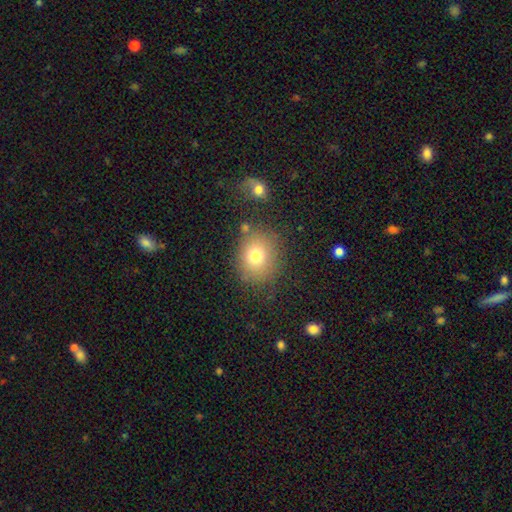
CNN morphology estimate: The model was most divided on "how rounded": round: 68%, in between: 32%, cigar-shaped: 1%. More confident: merging — none (75%); smooth or featured — smooth (75%).